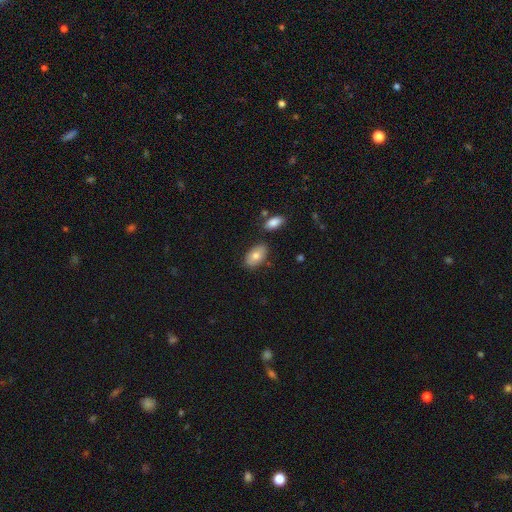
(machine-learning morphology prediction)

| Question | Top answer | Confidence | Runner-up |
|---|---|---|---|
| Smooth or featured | smooth | 76% | featured or disk (17%) |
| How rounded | in between | 92% | round (6%) |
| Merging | none | 80% | minor disturbance (12%) |